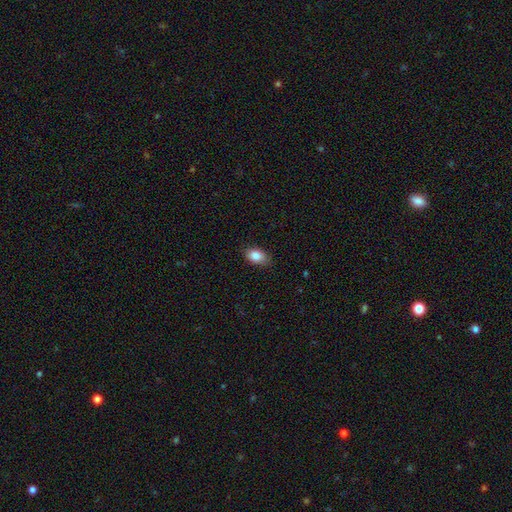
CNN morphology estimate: The model was most divided on "merging": none: 78%, minor disturbance: 18%, major disturbance: 3%, merger: 1%. More confident: smooth or featured — smooth (86%); how rounded — in between (84%).